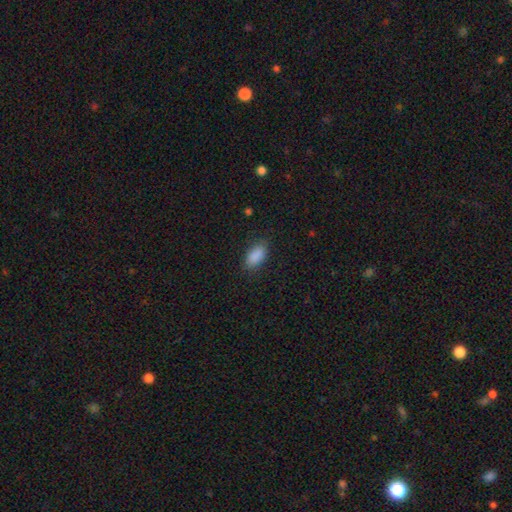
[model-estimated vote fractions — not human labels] The model was most divided on "merging": none: 83%, minor disturbance: 13%, major disturbance: 3%, merger: 1%. More confident: how rounded — in between (92%); smooth or featured — smooth (89%).